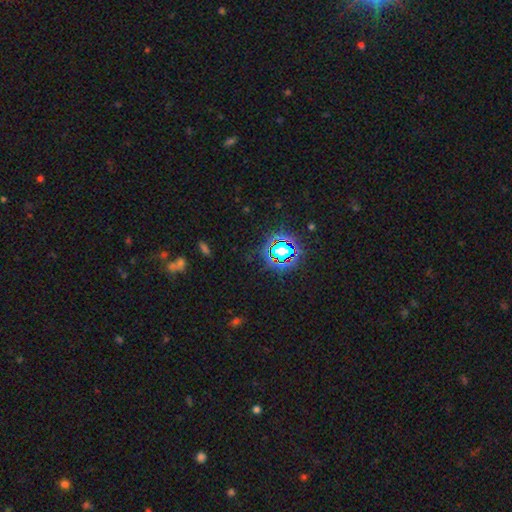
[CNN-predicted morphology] This is likely a star or artifact rather than a galaxy (74%).